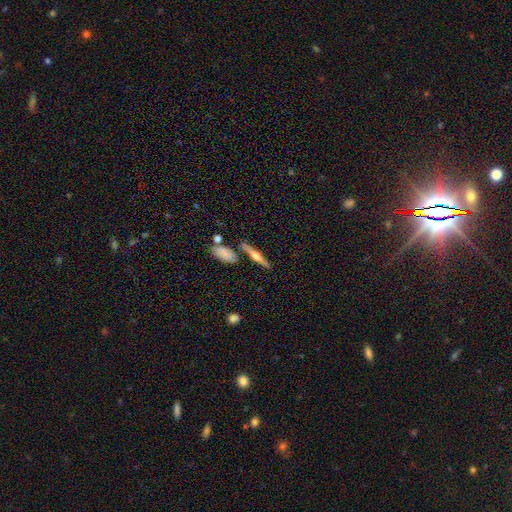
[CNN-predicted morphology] Smooth or featured? featured or disk (69%)
Edge-on disk? yes (97%)
Edge-on bulge? rounded (91%)
Merging? none (79%)